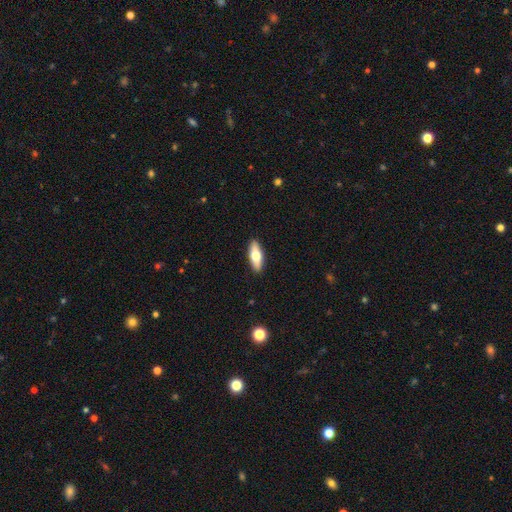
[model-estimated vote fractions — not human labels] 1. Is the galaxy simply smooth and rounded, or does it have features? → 64% smooth, 30% featured or disk, 6% star or artifact.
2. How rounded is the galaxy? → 68% in between, 29% cigar-shaped, 3% round.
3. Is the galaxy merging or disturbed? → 91% none, 7% minor disturbance, 2% major disturbance, 1% merger.